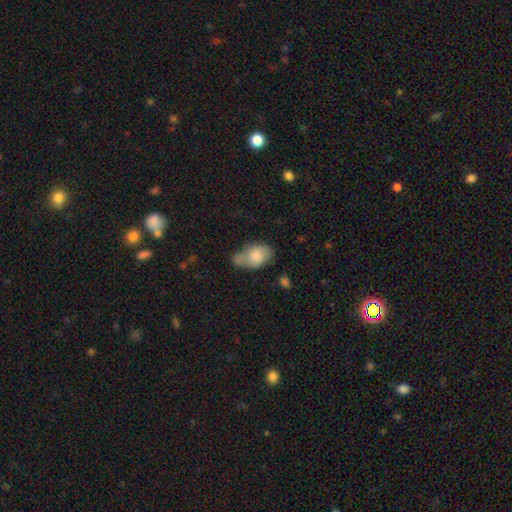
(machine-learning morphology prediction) smooth 76%, featured or disk 17%, star or artifact 7%. Down the decision tree: how rounded — in between (86%); merging — none (38%).